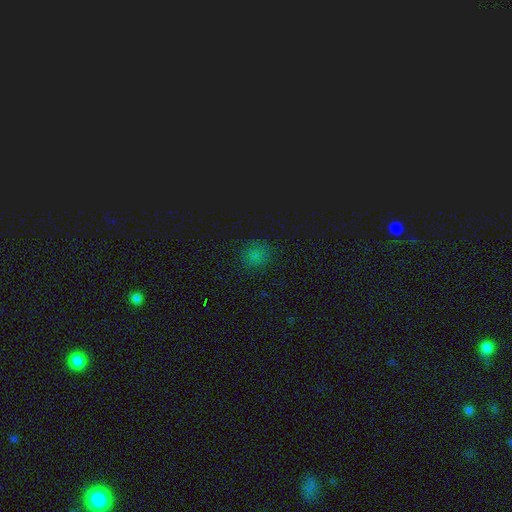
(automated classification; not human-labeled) A smooth galaxy with no disk features (71%) that is round (84%). Merging: none (84%).